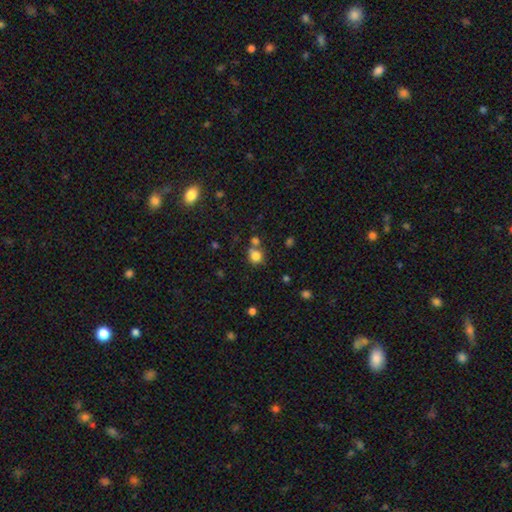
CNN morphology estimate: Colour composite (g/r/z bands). It shows a smooth galaxy with no disk features (81%) that is round (82%). Merging: none (57%).